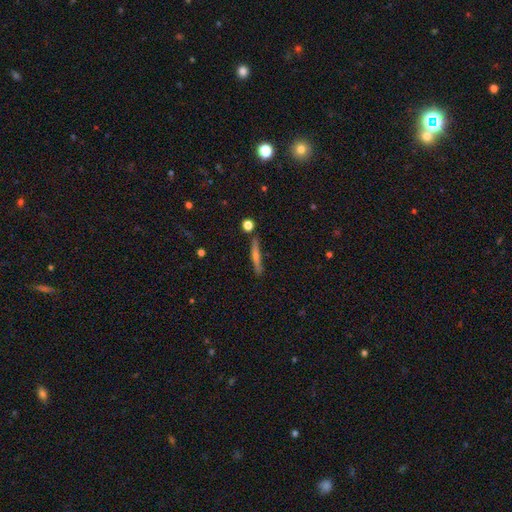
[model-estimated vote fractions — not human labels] Smooth or featured? Predicted: featured or disk (p=0.53). Edge-on disk? Predicted: yes (p=0.95). Edge-on bulge? Predicted: rounded (p=0.63). Merging? Predicted: none (p=0.84).